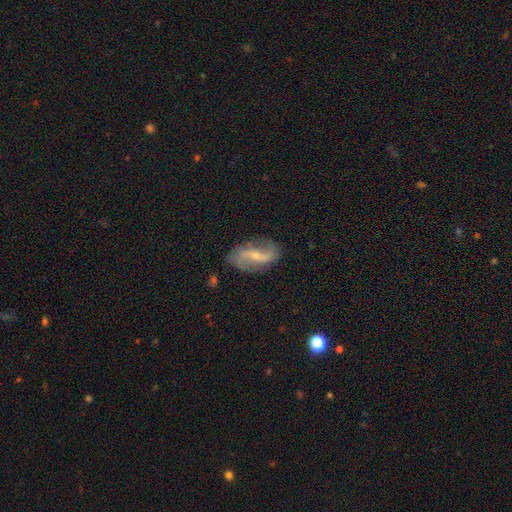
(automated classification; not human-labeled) This is likely a featured or disk galaxy (80%). It is clearly not viewed edge-on (95%). Bar: marginally weak (41%). Spiral arm pattern: clearly yes (92%). Spiral arm count: clearly 2 (90%). Spiral winding: likely loose (66%). Central bulge: likely small (69%). Merging: likely none (76%).